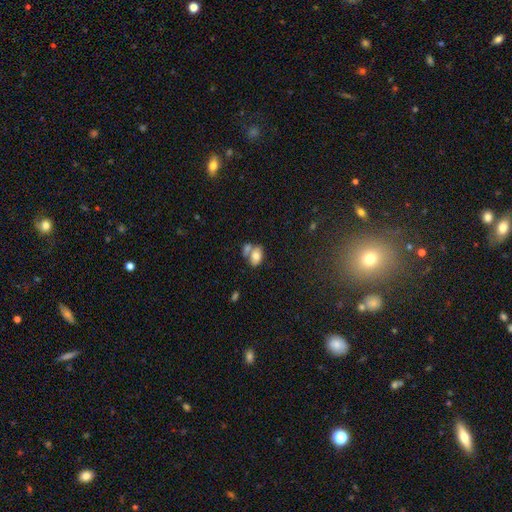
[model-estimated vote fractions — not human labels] This appears to be a smooth galaxy with no disk features (70%) that is in between round and cigar-shaped (83%). Merging: merger (48%).